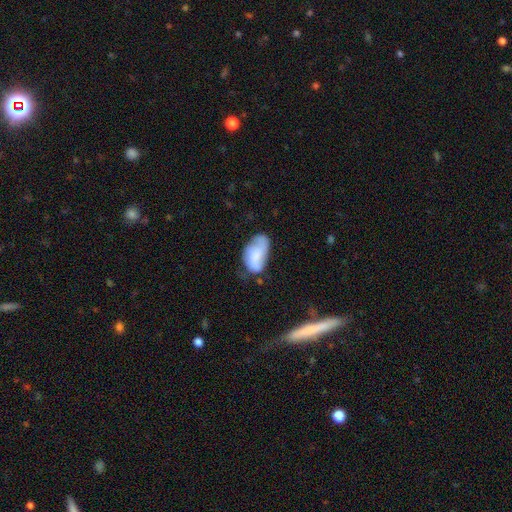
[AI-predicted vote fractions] smooth 63%, featured or disk 30%, star or artifact 7%. Down the decision tree: how rounded — in between (93%); merging — none (39%).